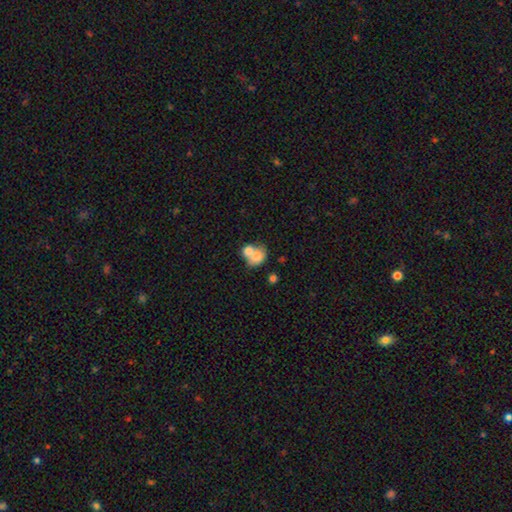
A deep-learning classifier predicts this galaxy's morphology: A smooth galaxy with no disk features (73%) that is round (54%).

Vote fractions:
- Smooth or featured? smooth: 73% / featured or disk: 19% / star or artifact: 8%
- How rounded? round: 54% / in between: 45% / cigar-shaped: 1%
- Merging? merger: 64% / none: 23% / minor disturbance: 8% / major disturbance: 4%